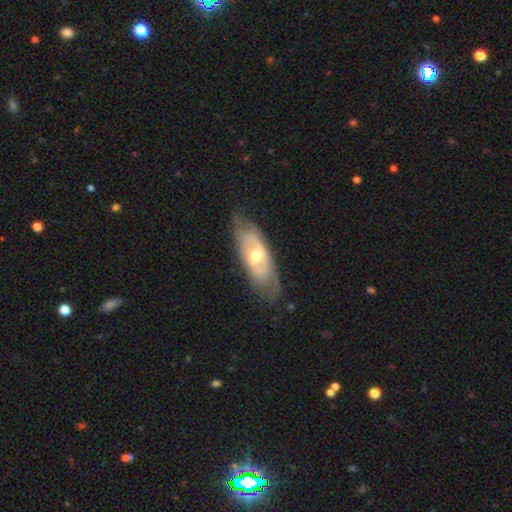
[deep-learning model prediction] This appears to be a featured or disk galaxy (70%) with no bar (43%), spiral arms (57%) and a moderate central bulge (67%). Merging: none (72%).